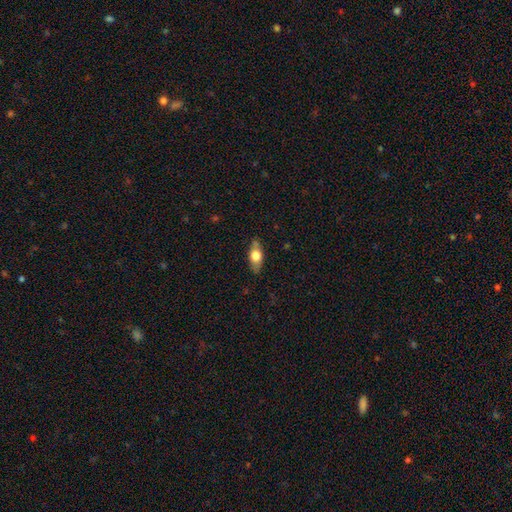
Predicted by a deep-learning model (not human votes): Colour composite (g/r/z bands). It shows a smooth galaxy with no disk features (67%) that is in between round and cigar-shaped (81%). Merging: none (74%).